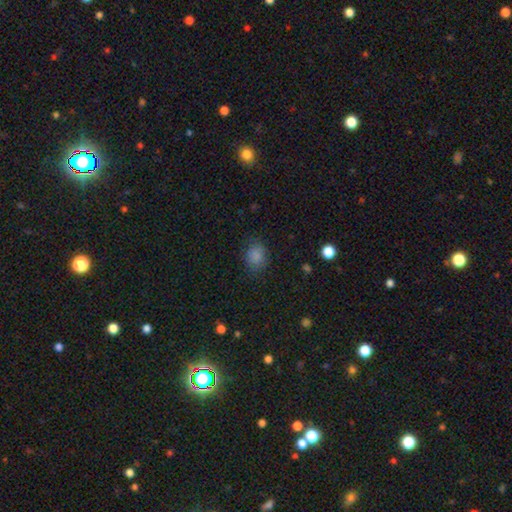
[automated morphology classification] Overall: smooth (84%). How rounded: round (57%; in between 42%). Merging: none (79%).